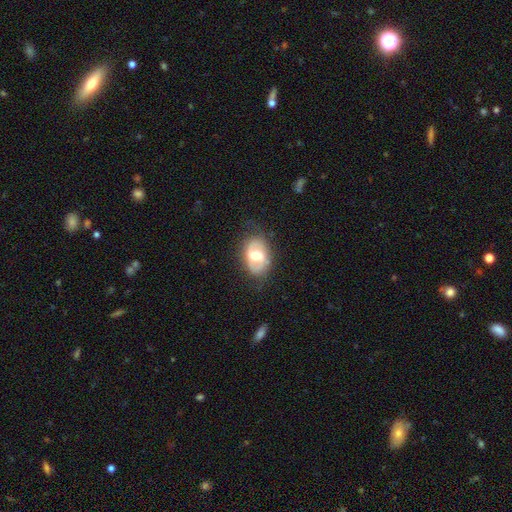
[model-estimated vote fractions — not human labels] Q: Smooth or featured?
A: featured or disk (58%); runner-up: smooth (35%)
Q: Edge-on disk?
A: no (94%); runner-up: yes (6%)
Q: Bar?
A: weak (43%); runner-up: no (33%)
Q: Spiral arms?
A: yes (55%); runner-up: no (45%)
Q: Bulge size?
A: moderate (54%); runner-up: large (34%)
Q: Merging?
A: none (69%); runner-up: minor disturbance (21%)